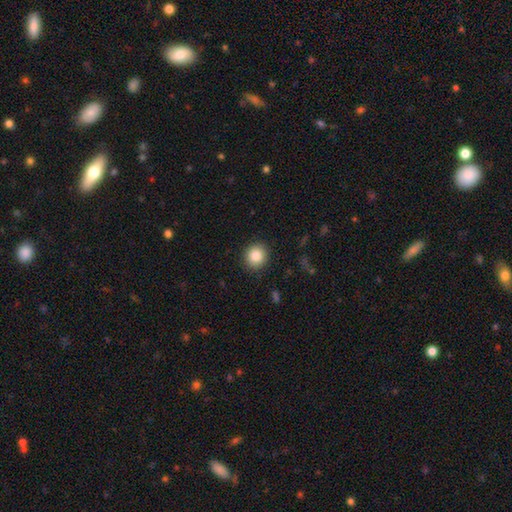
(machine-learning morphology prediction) type=smooth (86%); roundness=round (87%); merging=none (90%).